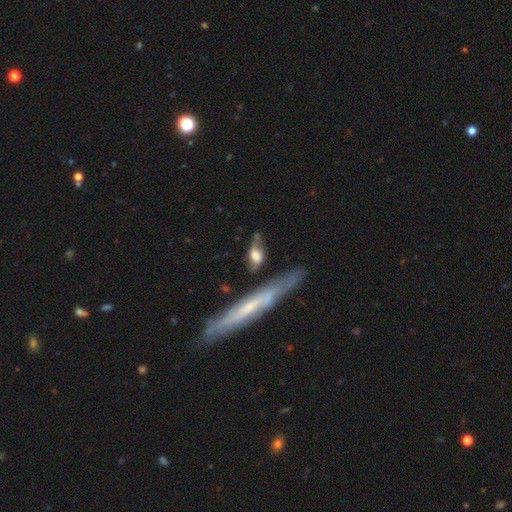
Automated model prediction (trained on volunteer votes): Smooth or featured?
  - featured or disk: 47% *
  - smooth: 46%
  - star or artifact: 7%
Merging?
  - none: 47% *
  - minor disturbance: 25%
  - major disturbance: 16%
  - merger: 11%